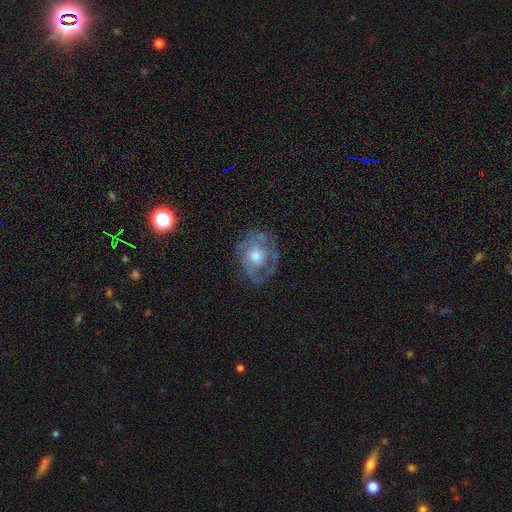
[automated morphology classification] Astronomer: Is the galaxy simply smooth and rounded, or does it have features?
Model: featured or disk — 68%.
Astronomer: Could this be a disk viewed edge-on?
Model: no — 96%.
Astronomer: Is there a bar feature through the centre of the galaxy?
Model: no — 81%.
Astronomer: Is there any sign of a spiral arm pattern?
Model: yes — 67%.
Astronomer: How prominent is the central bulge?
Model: moderate — 65%.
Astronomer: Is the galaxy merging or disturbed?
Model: none — 62%.